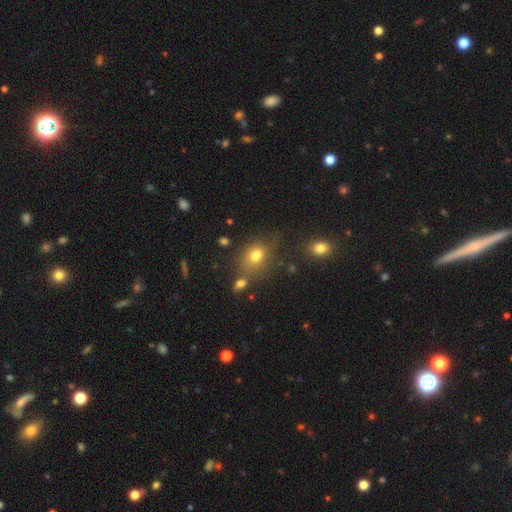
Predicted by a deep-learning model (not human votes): Morphology: type=smooth (75%); roundness=in between (65%); merging=none (56%).